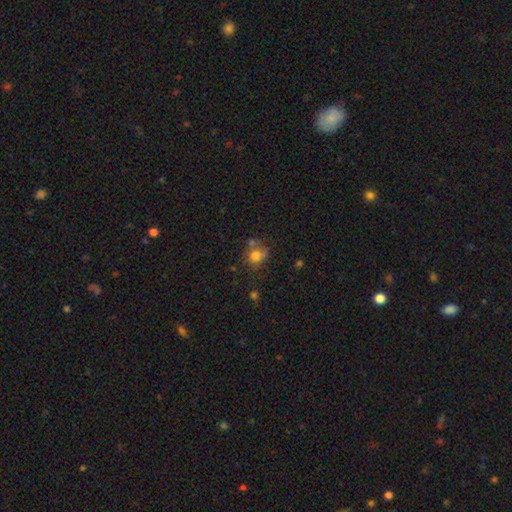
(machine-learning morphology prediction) Q: Smooth or featured?
A: smooth (73%); runner-up: featured or disk (14%)
Q: How rounded?
A: round (68%); runner-up: in between (31%)
Q: Merging?
A: none (47%); runner-up: merger (21%)